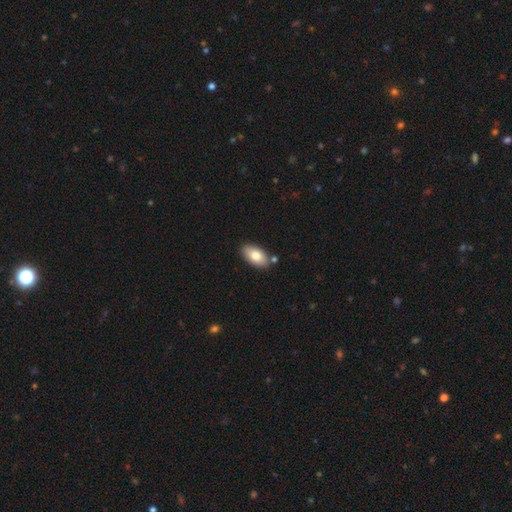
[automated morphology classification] Smooth or featured? smooth (79%)
How rounded? in between (94%)
Merging? none (82%)